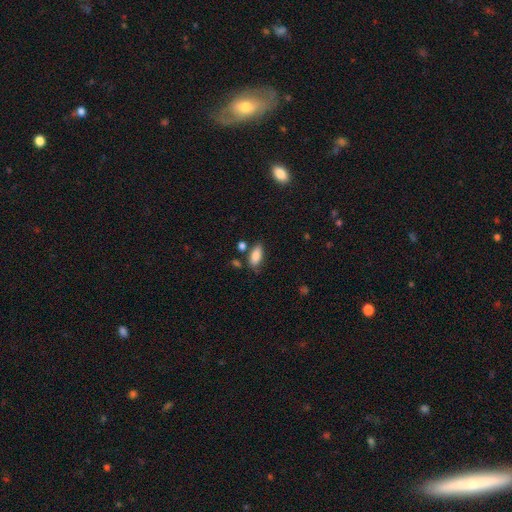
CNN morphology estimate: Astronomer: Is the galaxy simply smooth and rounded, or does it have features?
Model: smooth — 83%.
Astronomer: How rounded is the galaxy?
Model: in between — 85%.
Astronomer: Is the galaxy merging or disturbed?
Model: none — 72%.